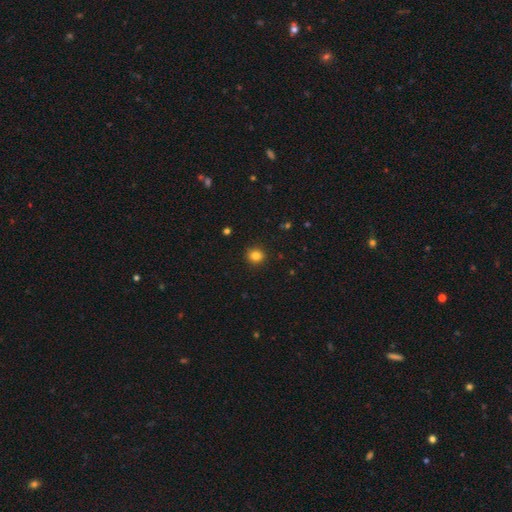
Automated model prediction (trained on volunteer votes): Smooth or featured: smooth — 84% (star or artifact — 12%)
How rounded: round — 88% (in between — 11%)
Merging: none — 91% (minor disturbance — 6%)